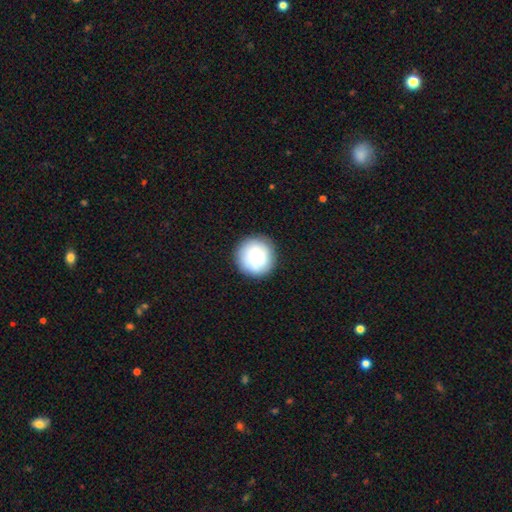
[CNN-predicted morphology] smooth 75%, featured or disk 16%, star or artifact 9%. Down the decision tree: how rounded — round (95%); merging — none (89%).